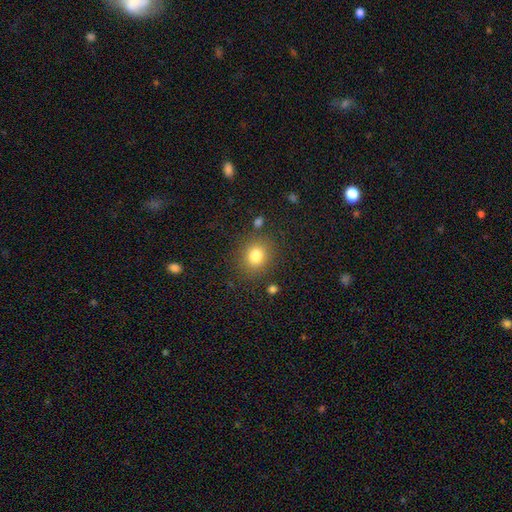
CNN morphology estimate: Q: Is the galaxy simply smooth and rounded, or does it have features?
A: smooth — 81%.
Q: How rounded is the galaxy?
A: round — 73%.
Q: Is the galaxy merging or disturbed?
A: none — 83%.